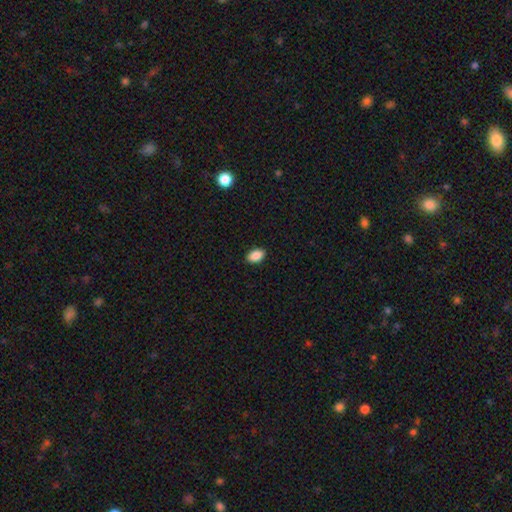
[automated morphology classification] Smooth or featured?
  - smooth: 89% *
  - star or artifact: 8%
  - featured or disk: 4%
How rounded?
  - in between: 89% *
  - round: 10%
  - cigar-shaped: 1%
Merging?
  - none: 90% *
  - minor disturbance: 8%
  - major disturbance: 2%
  - merger: 1%